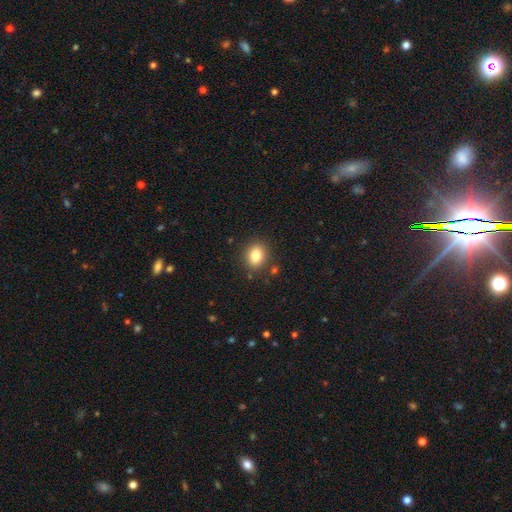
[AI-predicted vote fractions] Overall: smooth (81%). How rounded: in between (53%; round 46%). Merging: none (85%).